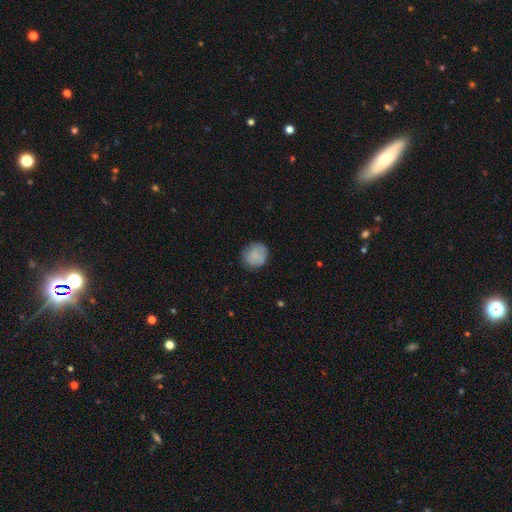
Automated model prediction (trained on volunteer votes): Smooth or featured: smooth — 83% (featured or disk — 10%)
How rounded: round — 88% (in between — 11%)
Merging: none — 79% (minor disturbance — 16%)